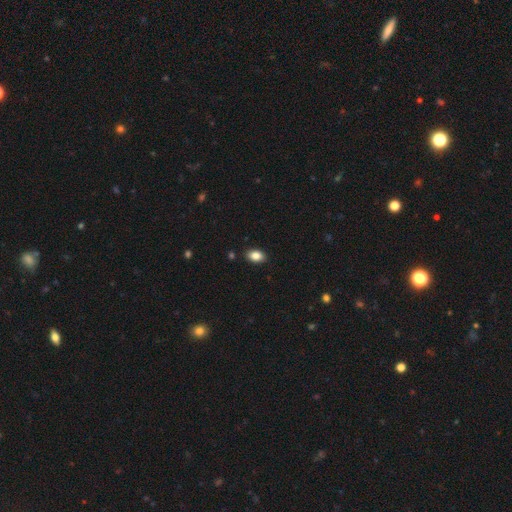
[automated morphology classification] A smooth galaxy with no disk features (85%) that is in between round and cigar-shaped (88%). Merging: none (89%).